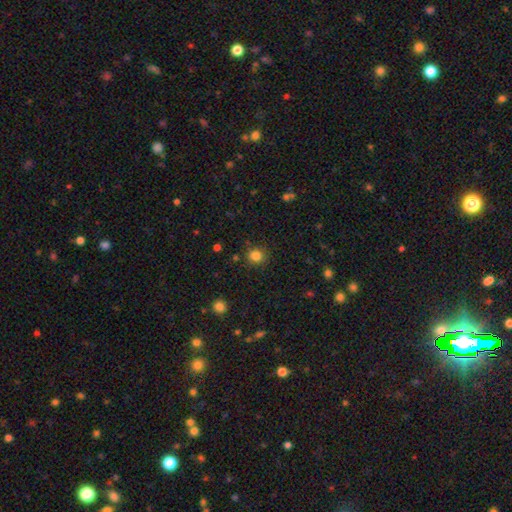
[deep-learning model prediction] smooth-or-featured: smooth: 83% | star or artifact: 13% | featured or disk: 4%
  how-rounded: round: 88% | in between: 11% | cigar-shaped: 1%
  merging: none: 86% | minor disturbance: 9% | major disturbance: 3% | merger: 2%